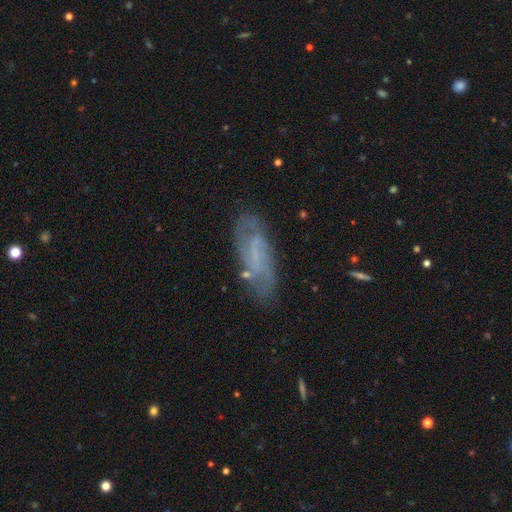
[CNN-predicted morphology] Overall: featured or disk (66%). Edge-on disk: no (89%). Bar: weak (44%; no 41%). Spiral arms: yes (79%). Bulge size: none (54%; small 34%). Merging: none (71%).